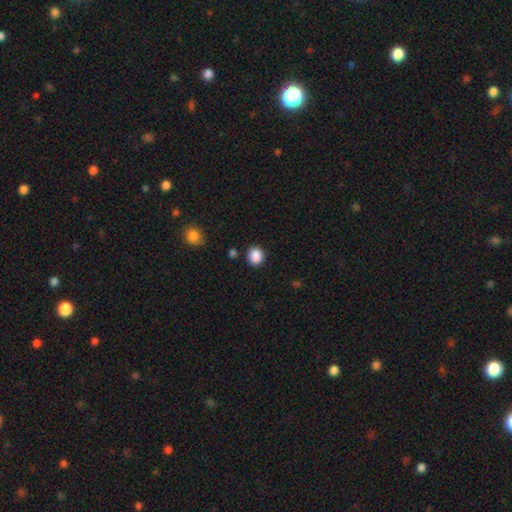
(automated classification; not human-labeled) Smooth or featured? smooth (88%)
How rounded? round (83%)
Merging? none (87%)